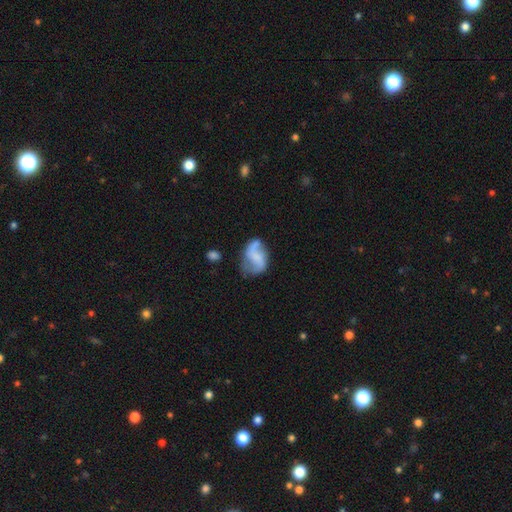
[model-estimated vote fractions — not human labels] smooth-or-featured: featured or disk: 64% | smooth: 28% | star or artifact: 8%
  disk-edge-on: no: 97% | yes: 3%
    bar: no: 48% | weak: 37% | strong: 15%
    has-spiral-arms: yes: 83% | no: 17%
      spiral-winding: loose: 63% | medium: 29% | tight: 9%
      spiral-arm-count: 2: 81% | 1: 9% | can't tell: 7% | 3: 2% | 4: 1% | more than 4: 1%
    bulge-size: none: 55% | small: 23% | moderate: 15% | large: 6% | dominant: 2%
  merging: none: 46% | minor disturbance: 26% | major disturbance: 19% | merger: 9%